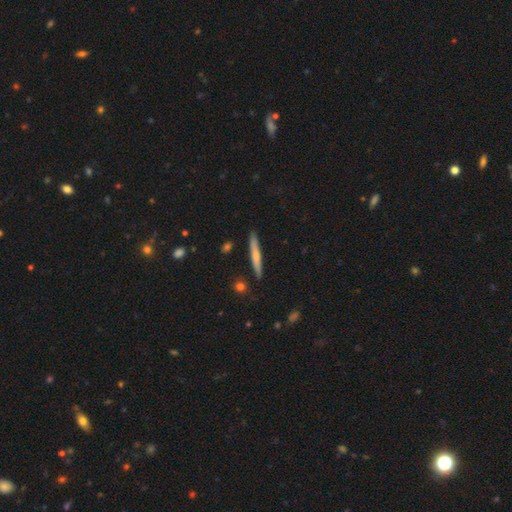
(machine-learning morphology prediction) Smooth or featured? Predicted: smooth (p=0.56). How rounded? Predicted: cigar-shaped (p=0.95). Merging? Predicted: none (p=0.89).